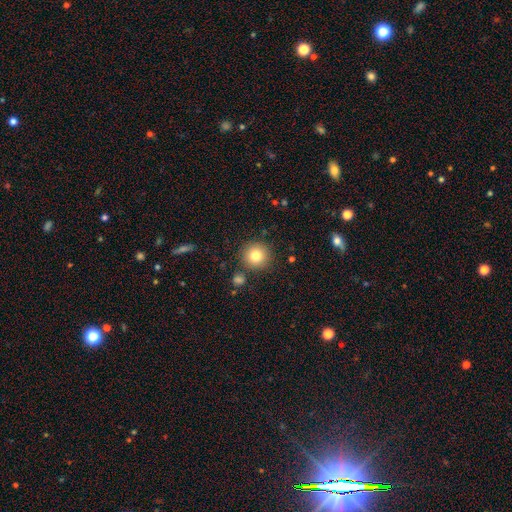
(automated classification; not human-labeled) Smooth or featured?
  - smooth: 80% *
  - star or artifact: 11%
  - featured or disk: 9%
How rounded?
  - round: 94% *
  - in between: 5%
  - cigar-shaped: 1%
Merging?
  - none: 86% *
  - minor disturbance: 7%
  - merger: 4%
  - major disturbance: 3%